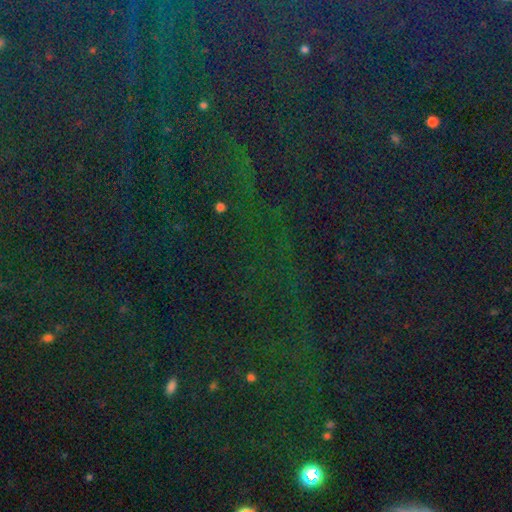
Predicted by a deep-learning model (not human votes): A star or artifact, not a galaxy (82%).

Vote fractions:
- Smooth or featured? star or artifact: 82% / smooth: 10% / featured or disk: 7%